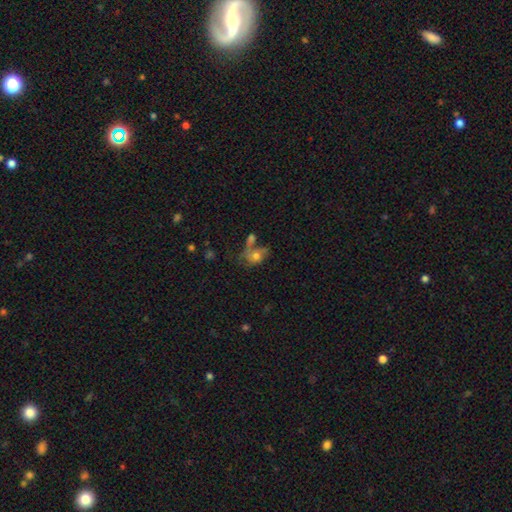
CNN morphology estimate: Overall: smooth (58%; featured or disk 31%). How rounded: in between (72%). Merging: merger (34%; none 28%).